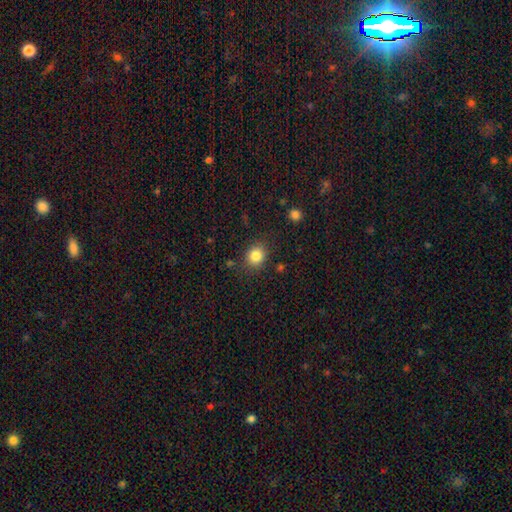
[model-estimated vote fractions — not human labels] smooth_or_featured: smooth (p=0.84) [alt: star or artifact p=0.11]
how_rounded: round (p=0.69) [alt: in between p=0.30]
merging: none (p=0.84) [alt: minor disturbance p=0.10]